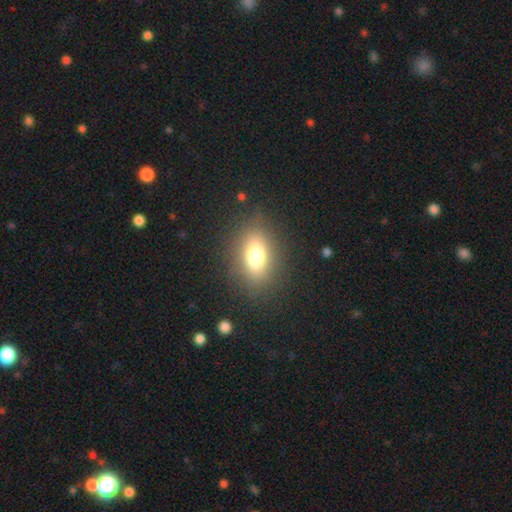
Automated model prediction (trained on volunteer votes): The model was most divided on "how rounded": in between: 73%, round: 23%, cigar-shaped: 4%. More confident: merging — none (84%); smooth or featured — smooth (72%).